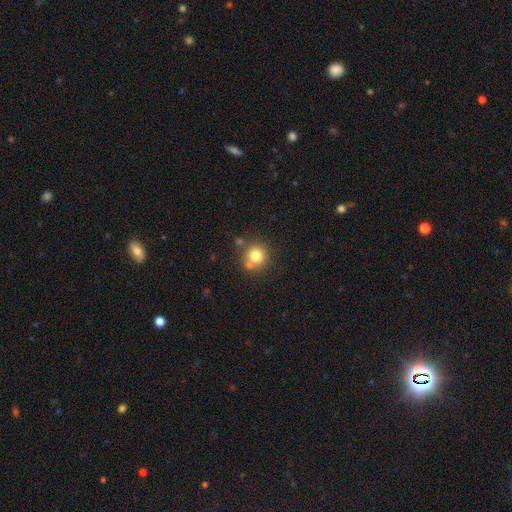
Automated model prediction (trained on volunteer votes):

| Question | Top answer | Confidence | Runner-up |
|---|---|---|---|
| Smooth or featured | smooth | 77% | star or artifact (12%) |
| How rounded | round | 91% | in between (8%) |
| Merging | none | 68% | merger (18%) |